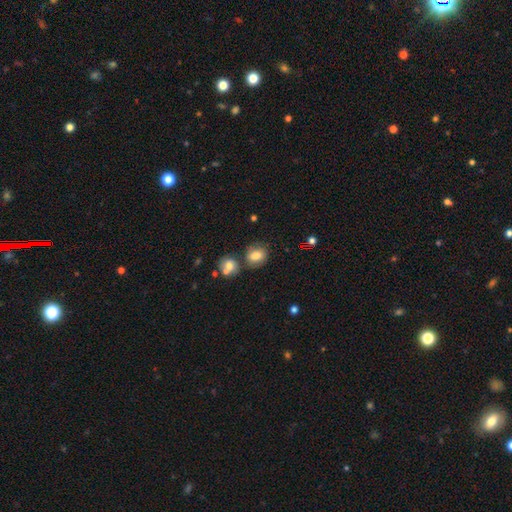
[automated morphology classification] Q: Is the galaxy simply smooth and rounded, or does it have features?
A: smooth — 76%.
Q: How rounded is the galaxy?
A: round — 58%.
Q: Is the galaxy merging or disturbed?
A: none — 67%.